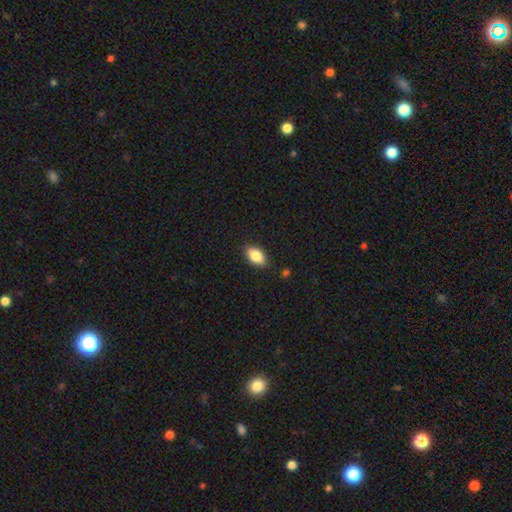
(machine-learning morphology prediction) Q: Smooth or featured?
A: smooth (83%); runner-up: featured or disk (9%)
Q: How rounded?
A: in between (90%); runner-up: round (7%)
Q: Merging?
A: none (85%); runner-up: minor disturbance (11%)